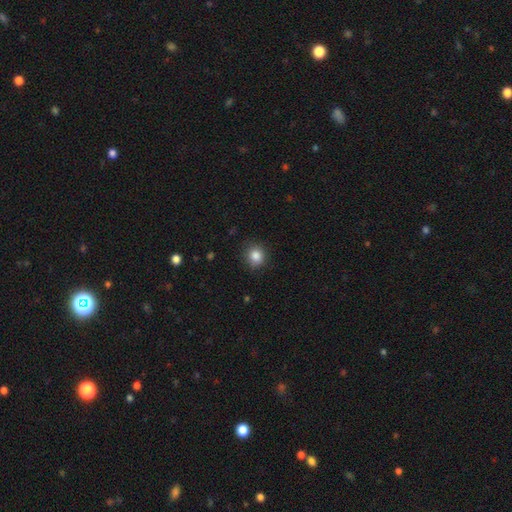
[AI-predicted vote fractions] Smooth or featured? smooth (85%)
How rounded? round (84%)
Merging? none (85%)